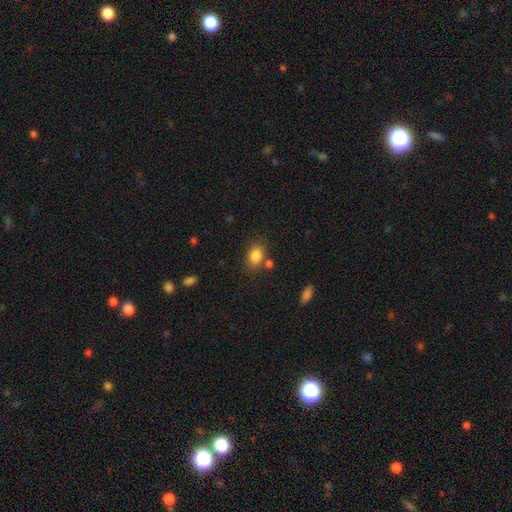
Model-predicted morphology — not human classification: Smooth or featured?
  - smooth: 85% *
  - star or artifact: 10%
  - featured or disk: 6%
How rounded?
  - in between: 67% *
  - round: 32%
  - cigar-shaped: 1%
Merging?
  - none: 70% *
  - minor disturbance: 14%
  - merger: 11%
  - major disturbance: 5%